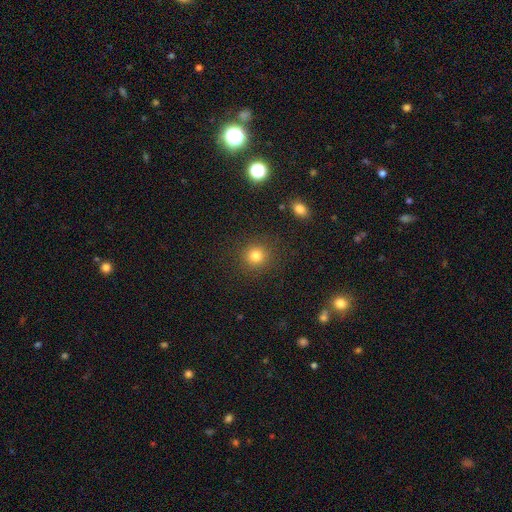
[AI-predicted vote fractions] Overall: smooth (81%). How rounded: round (91%). Merging: none (88%).